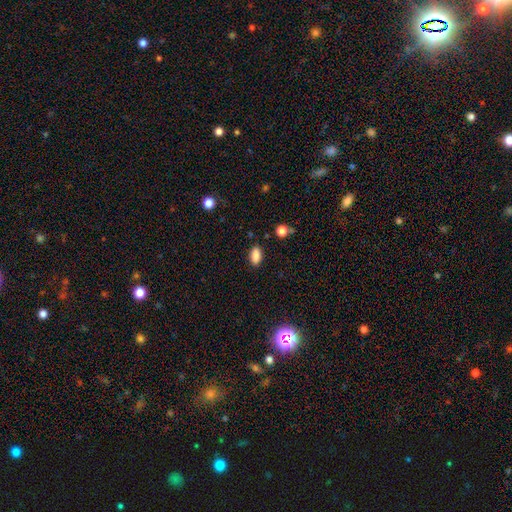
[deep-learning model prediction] Morphology: type=smooth (87%); roundness=in between (90%); merging=none (87%).